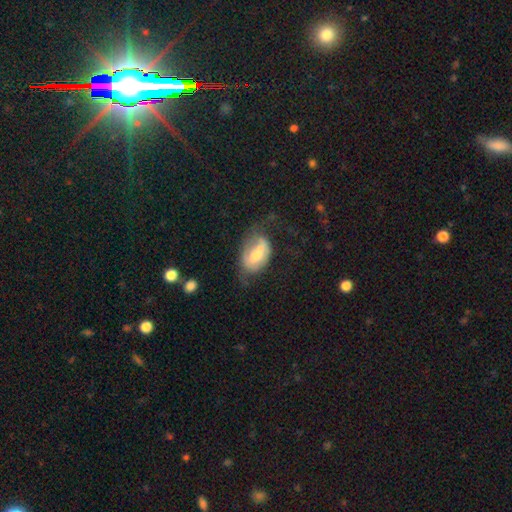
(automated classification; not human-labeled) The model was most divided on "smooth or featured" (2-way tie): featured or disk: 46%, smooth: 46%, star or artifact: 8%. Remaining: merging — none (32%).